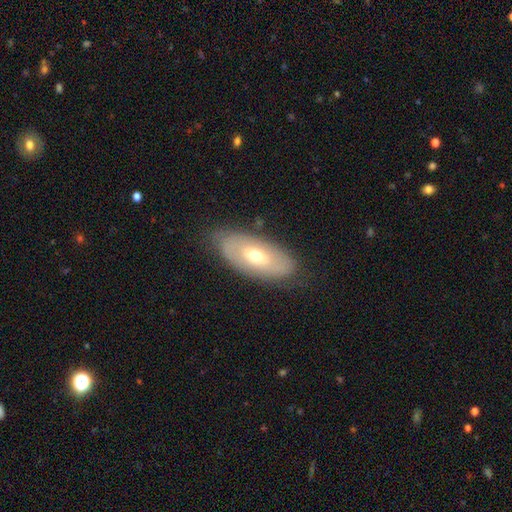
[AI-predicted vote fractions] Overall: featured or disk (47%, tied with smooth). Merging: none (80%).